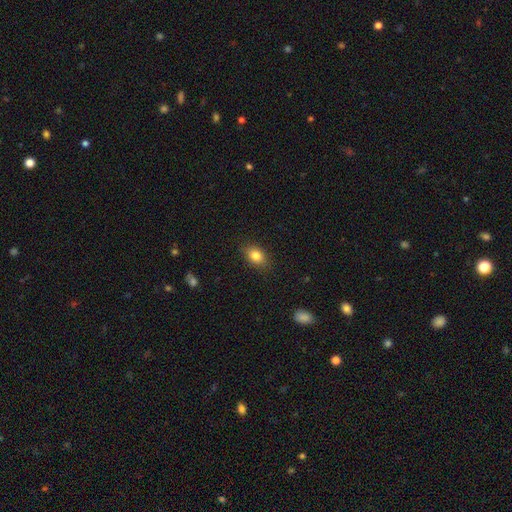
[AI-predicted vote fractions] This is clearly a smooth galaxy (83%). How rounded: likely in between (77%). Merging: clearly none (86%).